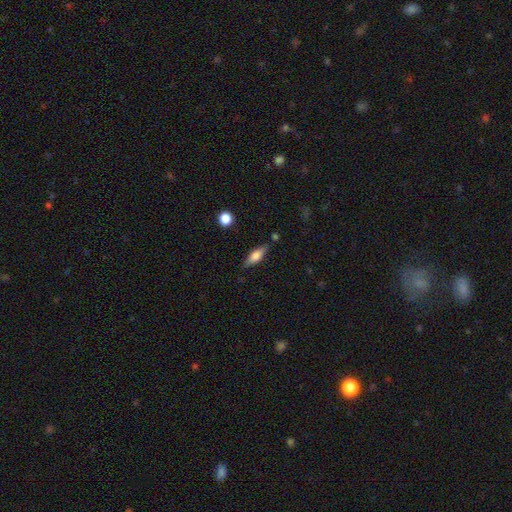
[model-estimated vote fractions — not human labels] Smooth or featured: smooth — 56% (featured or disk — 37%)
How rounded: in between — 57% (cigar-shaped — 39%)
Merging: none — 78% (minor disturbance — 15%)